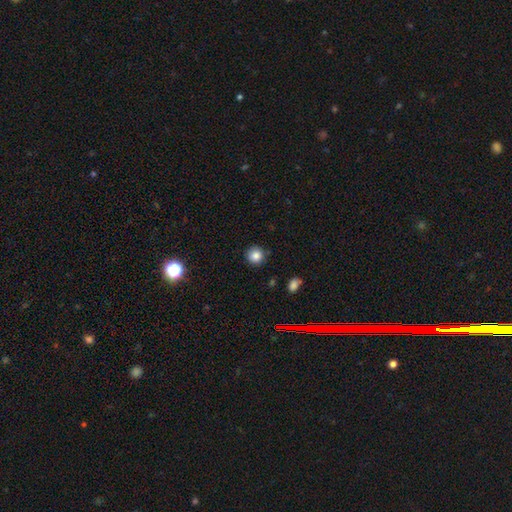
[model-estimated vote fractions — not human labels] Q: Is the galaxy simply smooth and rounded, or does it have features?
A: smooth — 84%.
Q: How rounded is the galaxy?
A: round — 94%.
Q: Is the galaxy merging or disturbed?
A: none — 88%.